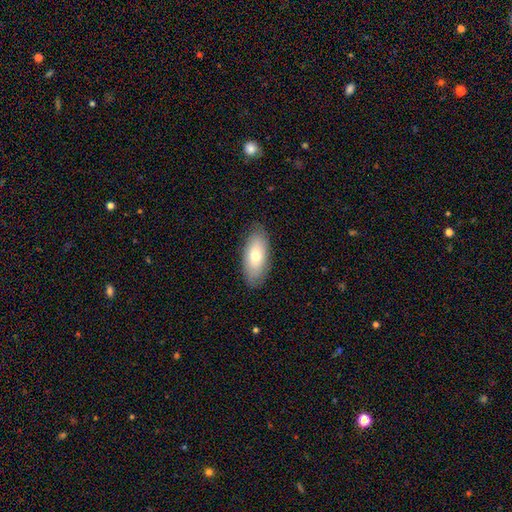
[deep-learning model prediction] Q: Smooth or featured?
A: smooth (69%); runner-up: featured or disk (25%)
Q: How rounded?
A: in between (87%); runner-up: cigar-shaped (10%)
Q: Merging?
A: none (85%); runner-up: minor disturbance (11%)